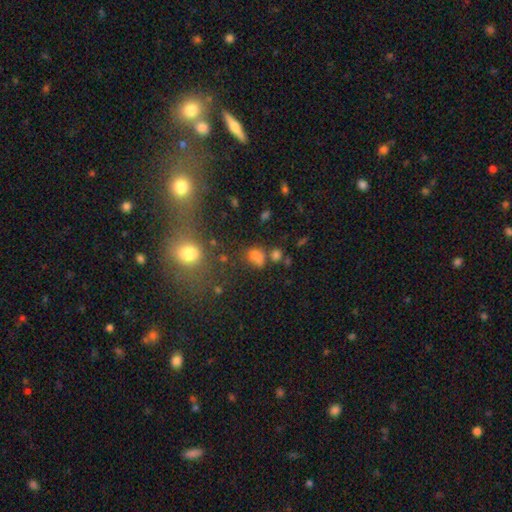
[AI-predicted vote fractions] Morphology: type=smooth (67%); roundness=round (54%); merging=none (51%).